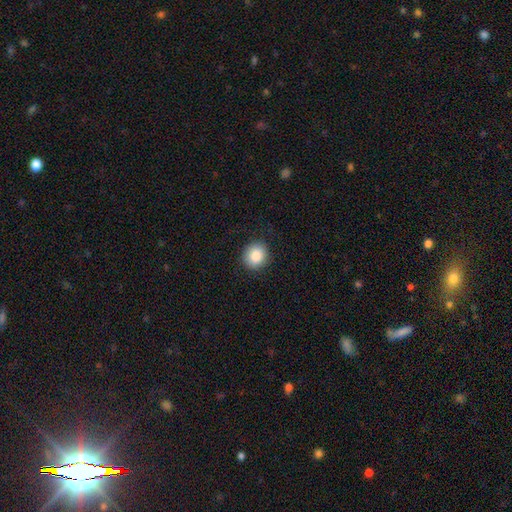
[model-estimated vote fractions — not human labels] Smooth or featured?
  - smooth: 86% *
  - star or artifact: 8%
  - featured or disk: 6%
How rounded?
  - round: 78% *
  - in between: 22%
  - cigar-shaped: 1%
Merging?
  - none: 89% *
  - minor disturbance: 8%
  - major disturbance: 2%
  - merger: 1%